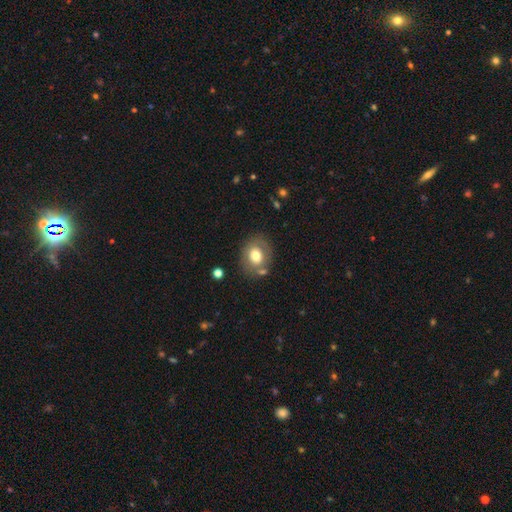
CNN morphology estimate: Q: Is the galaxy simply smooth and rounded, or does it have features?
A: smooth — 67%.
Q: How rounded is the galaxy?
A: round — 56%.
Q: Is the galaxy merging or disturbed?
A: none — 71%.